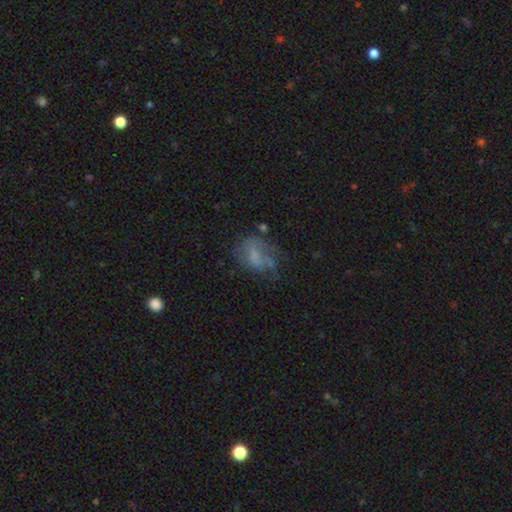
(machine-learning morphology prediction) smooth 43% (tied), featured or disk 43% (tied), star or artifact 14%. Down the decision tree: merging — none (35%).